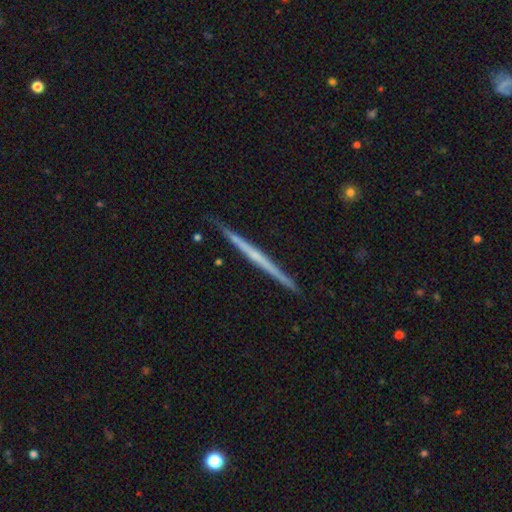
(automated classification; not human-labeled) Smooth or featured?
  - featured or disk: 68% *
  - smooth: 26%
  - star or artifact: 5%
Edge-on disk?
  - yes: 98% *
  - no: 2%
Edge-on bulge?
  - none: 78% *
  - rounded: 16%
  - boxy: 5%
Merging?
  - none: 91% *
  - minor disturbance: 7%
  - merger: 1%
  - major disturbance: 1%